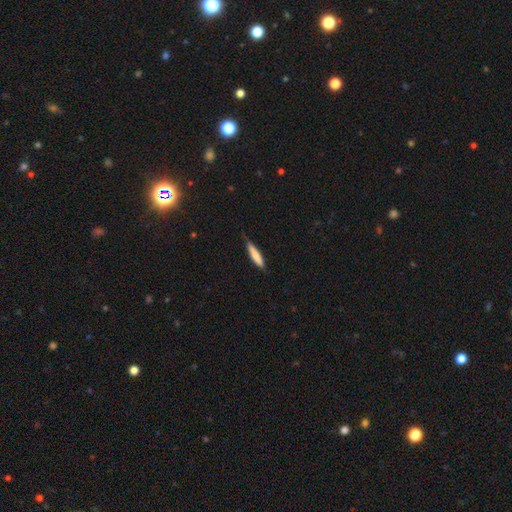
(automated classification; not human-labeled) This appears to be a smooth galaxy with no disk features (76%) that is cigar-shaped (87%). Merging: none (71%).